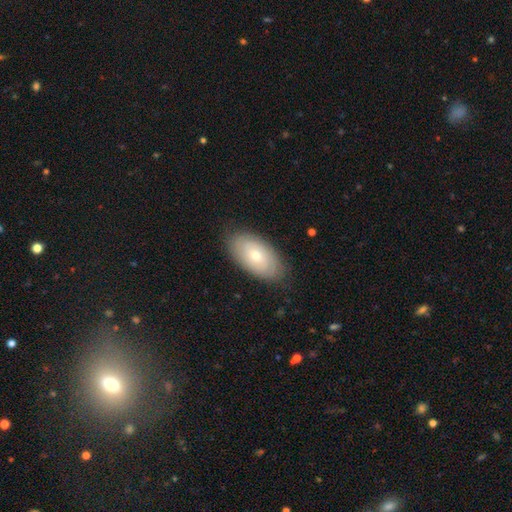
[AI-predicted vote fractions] This appears to be a featured or disk galaxy (51%). Merging: none (83%).